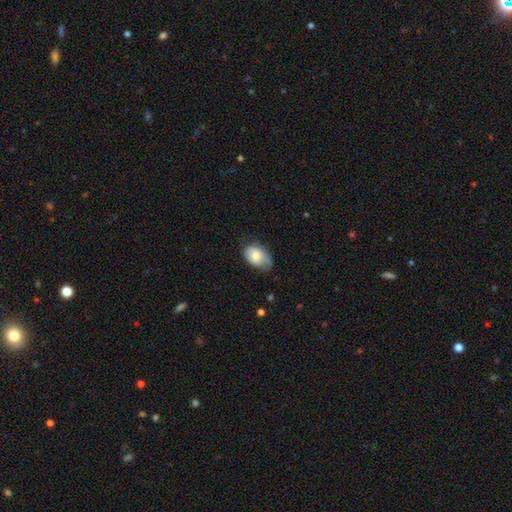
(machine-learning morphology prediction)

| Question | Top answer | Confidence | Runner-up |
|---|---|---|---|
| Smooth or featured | smooth | 75% | featured or disk (19%) |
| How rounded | in between | 86% | round (13%) |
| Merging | none | 48% | minor disturbance (39%) |